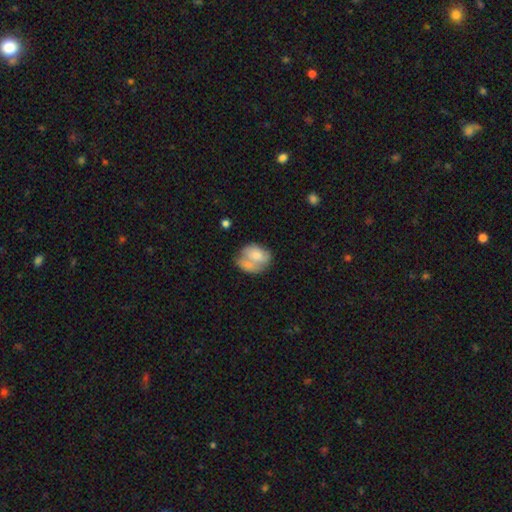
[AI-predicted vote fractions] The model was most divided on "how rounded": in between: 63%, round: 36%, cigar-shaped: 1%. More confident: smooth or featured — smooth (69%); merging — merger (52%).